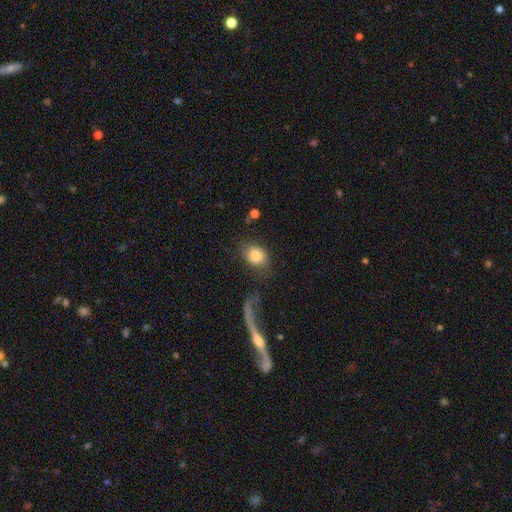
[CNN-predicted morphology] smooth-or-featured: smooth: 82% | featured or disk: 10% | star or artifact: 8%
  how-rounded: in between: 53% | round: 46% | cigar-shaped: 2%
  merging: none: 59% | minor disturbance: 17% | major disturbance: 14% | merger: 10%